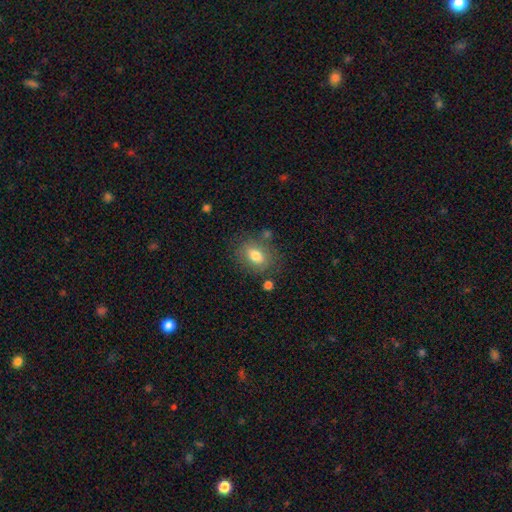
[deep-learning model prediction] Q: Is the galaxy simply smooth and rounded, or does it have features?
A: smooth — 76%.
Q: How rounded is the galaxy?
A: in between — 69%.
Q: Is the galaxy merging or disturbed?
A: none — 74%.